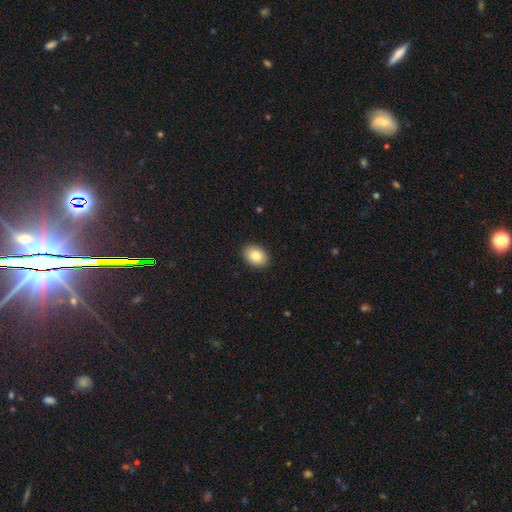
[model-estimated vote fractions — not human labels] Smooth or featured?
  - smooth: 85% *
  - star or artifact: 8%
  - featured or disk: 7%
How rounded?
  - in between: 74% *
  - round: 25%
  - cigar-shaped: 1%
Merging?
  - none: 90% *
  - minor disturbance: 7%
  - major disturbance: 2%
  - merger: 1%